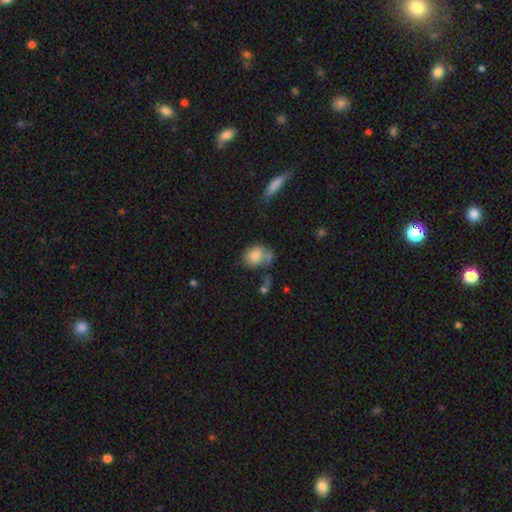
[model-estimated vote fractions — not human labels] The model was most divided on "how rounded" (2-way tie): in between: 49%, round: 49%, cigar-shaped: 1%. Remaining: smooth or featured — smooth (76%); merging — none (36%).